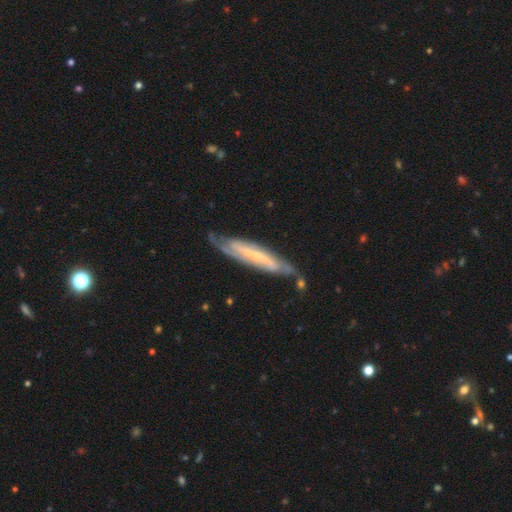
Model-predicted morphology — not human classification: This appears to be a featured or disk galaxy (79%). Merging: none (69%).